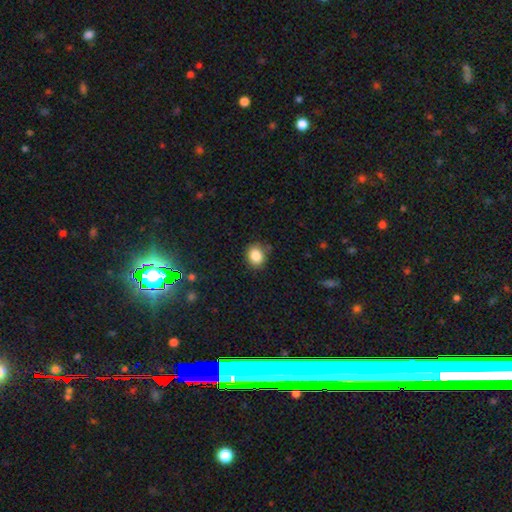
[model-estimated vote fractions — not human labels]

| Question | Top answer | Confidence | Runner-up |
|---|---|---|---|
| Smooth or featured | smooth | 85% | star or artifact (10%) |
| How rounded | round | 66% | in between (33%) |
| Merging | none | 81% | minor disturbance (14%) |